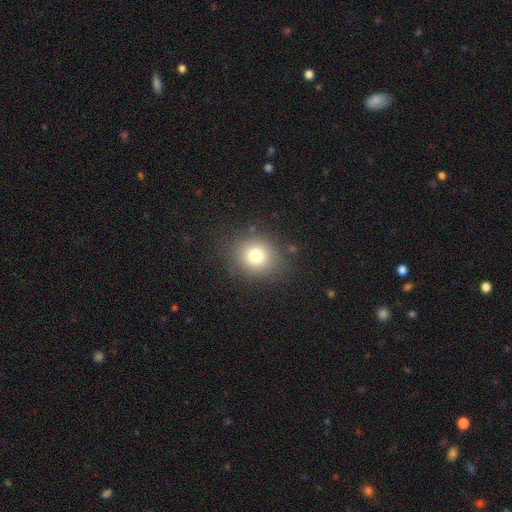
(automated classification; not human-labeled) Smooth or featured: smooth — 76% (star or artifact — 14%)
How rounded: round — 78% (in between — 21%)
Merging: none — 84% (minor disturbance — 10%)